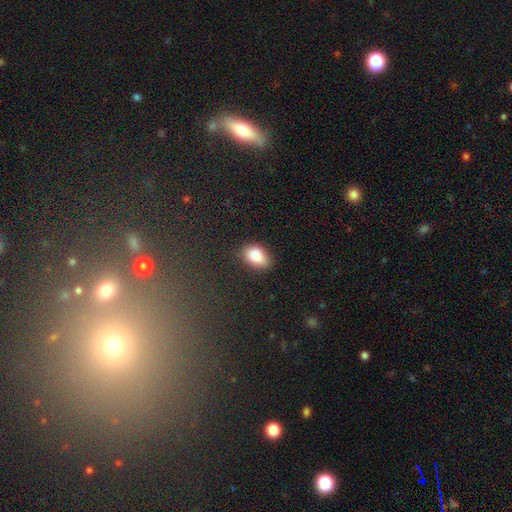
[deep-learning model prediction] Smooth or featured? Predicted: smooth (p=0.86). How rounded? Predicted: in between (p=0.89). Merging? Predicted: none (p=0.77).